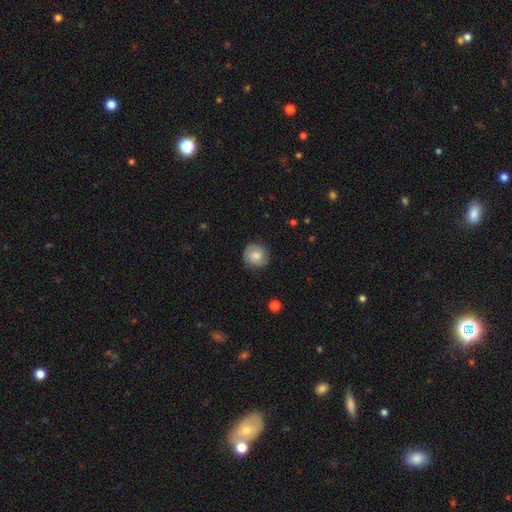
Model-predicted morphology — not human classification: Q: Smooth or featured?
A: smooth (59%); runner-up: featured or disk (33%)
Q: How rounded?
A: round (90%); runner-up: in between (9%)
Q: Merging?
A: none (84%); runner-up: minor disturbance (12%)